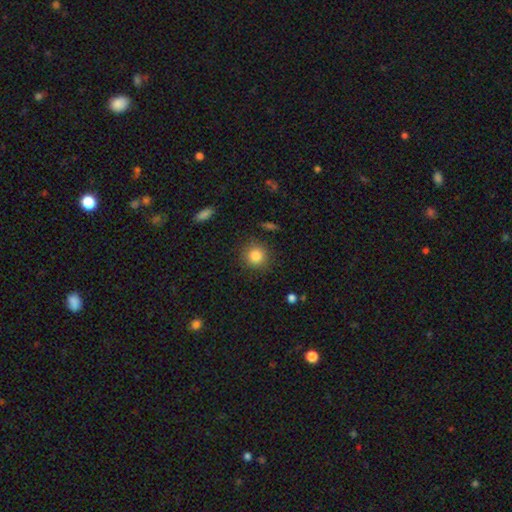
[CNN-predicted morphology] Smooth or featured? smooth (85%)
How rounded? round (90%)
Merging? none (87%)